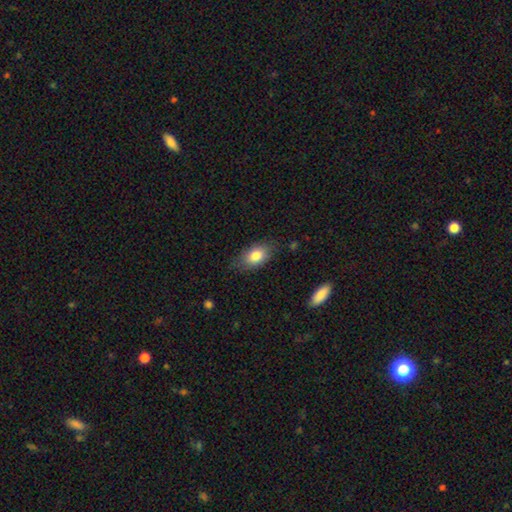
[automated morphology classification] This is clearly a smooth galaxy (81%). How rounded: clearly in between (88%). Merging: likely none (76%).